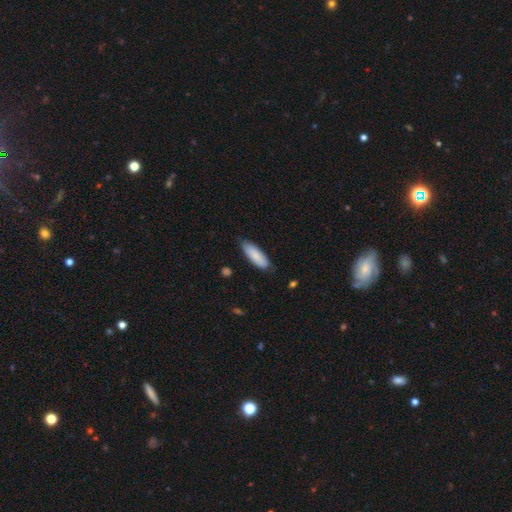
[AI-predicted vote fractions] Smooth or featured?
  - smooth: 86% *
  - featured or disk: 9%
  - star or artifact: 5%
How rounded?
  - in between: 60% *
  - cigar-shaped: 39%
  - round: 1%
Merging?
  - none: 78% *
  - minor disturbance: 19%
  - major disturbance: 2%
  - merger: 1%